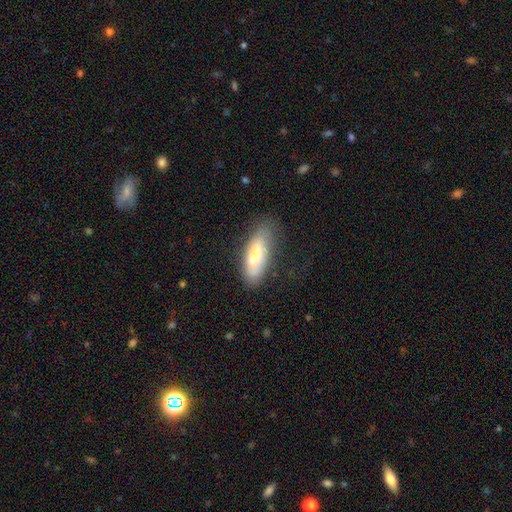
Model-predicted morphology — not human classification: Smooth or featured? smooth (71%)
How rounded? in between (58%)
Merging? none (60%)